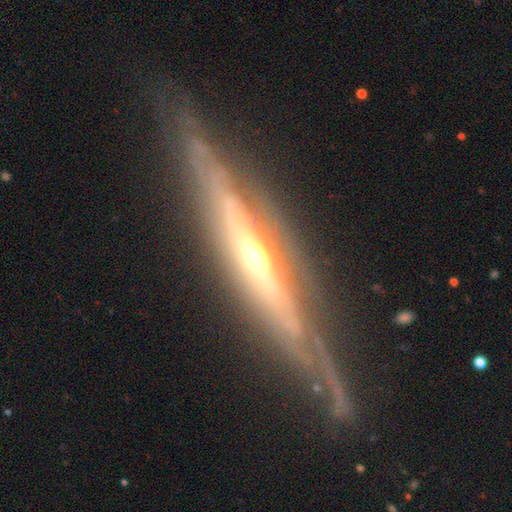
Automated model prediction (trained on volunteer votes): smooth_or_featured: featured or disk (p=0.87) [alt: smooth p=0.08]
disk_edge_on: yes (p=0.88) [alt: no p=0.12]
edge_on_bulge: rounded (p=0.70) [alt: none p=0.24]
merging: none (p=0.77) [alt: minor disturbance p=0.16]